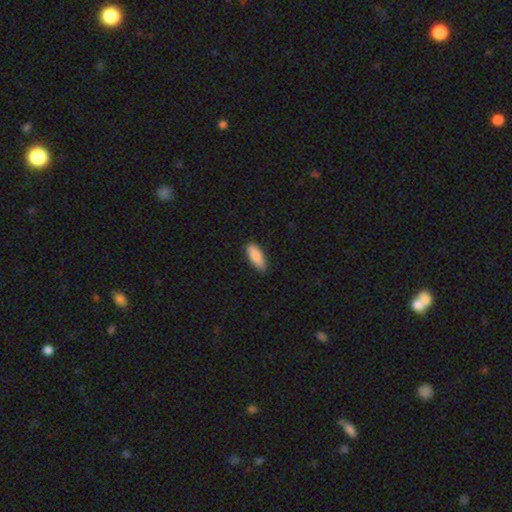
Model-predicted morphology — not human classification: Smooth or featured? Predicted: smooth (p=0.87). How rounded? Predicted: in between (p=0.65). Merging? Predicted: none (p=0.86).